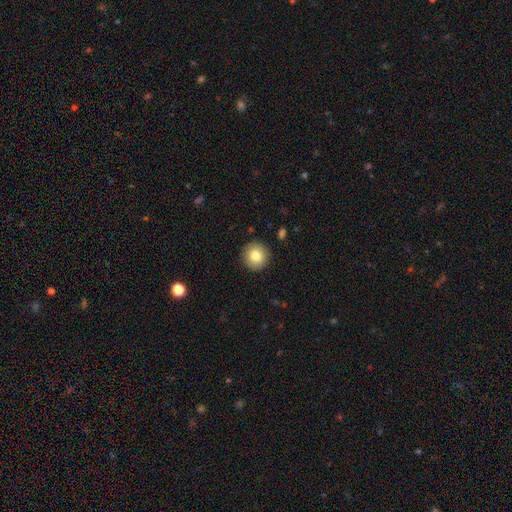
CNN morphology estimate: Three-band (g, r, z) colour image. It shows a smooth galaxy with no disk features (82%) that is round (94%). Merging: none (92%).